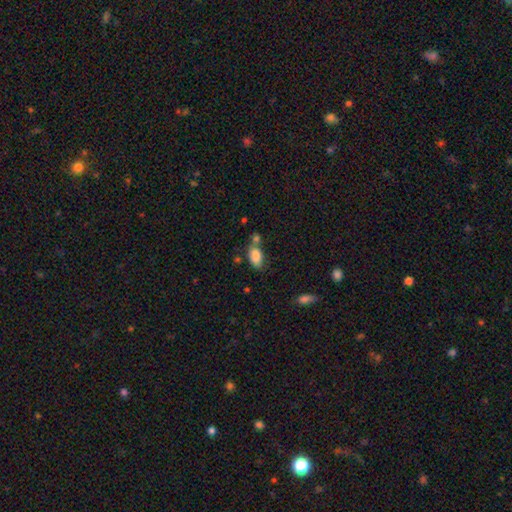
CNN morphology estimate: This appears to be a smooth galaxy with no disk features (85%) that is in between round and cigar-shaped (91%). Merging: none (46%).